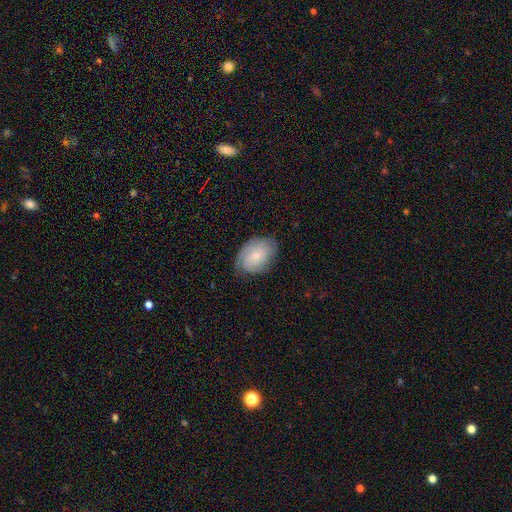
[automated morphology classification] Q: Smooth or featured?
A: featured or disk (53%); runner-up: smooth (40%)
Q: Edge-on disk?
A: no (96%); runner-up: yes (4%)
Q: Bar?
A: no (77%); runner-up: weak (20%)
Q: Spiral arms?
A: yes (85%); runner-up: no (15%)
Q: Bulge size?
A: small (71%); runner-up: moderate (24%)
Q: Merging?
A: none (71%); runner-up: minor disturbance (21%)